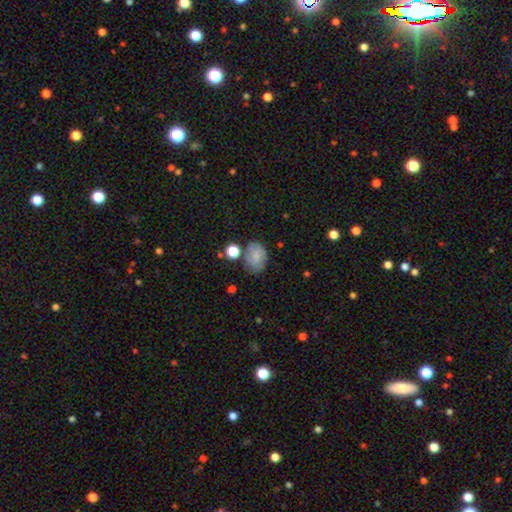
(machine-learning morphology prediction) This appears to be a smooth galaxy with no disk features (77%) that is in between round and cigar-shaped (72%). Merging: none (64%).